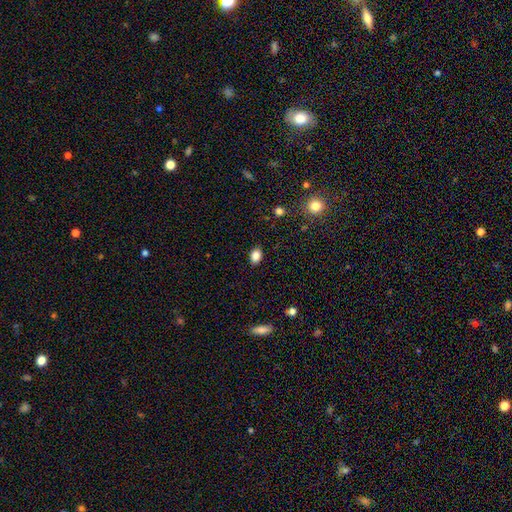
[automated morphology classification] This appears to be a smooth galaxy with no disk features (86%) that is in between round and cigar-shaped (78%). Merging: none (87%).